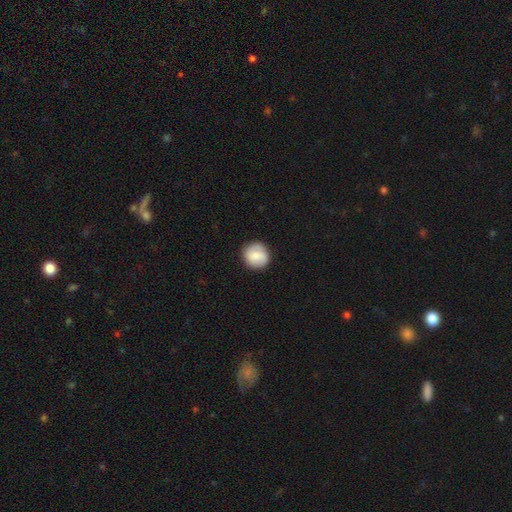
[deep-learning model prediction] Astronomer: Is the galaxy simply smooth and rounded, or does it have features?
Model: smooth — 77%.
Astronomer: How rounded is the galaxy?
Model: round — 92%.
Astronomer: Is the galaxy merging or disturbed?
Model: none — 86%.